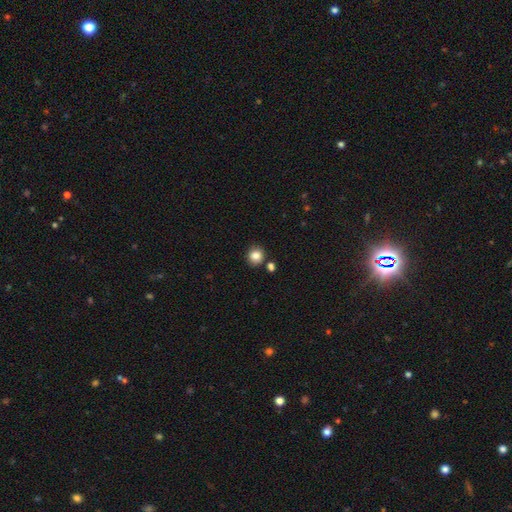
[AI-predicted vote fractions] Q: Smooth or featured?
A: smooth (85%); runner-up: star or artifact (10%)
Q: How rounded?
A: round (86%); runner-up: in between (13%)
Q: Merging?
A: none (82%); runner-up: minor disturbance (8%)